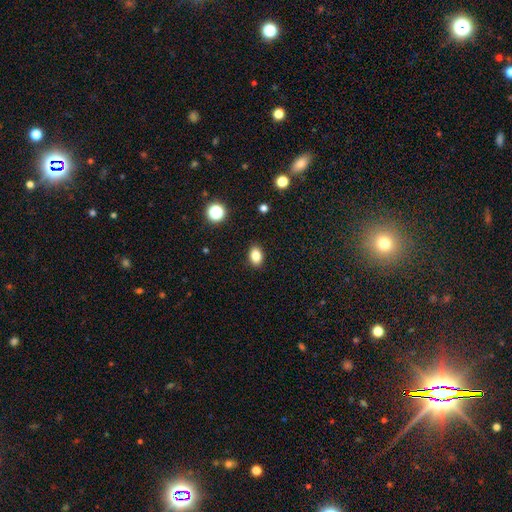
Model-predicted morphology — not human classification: smooth-or-featured: smooth: 85% | star or artifact: 10% | featured or disk: 5%
  how-rounded: in between: 83% | round: 16% | cigar-shaped: 1%
  merging: none: 89% | minor disturbance: 8% | major disturbance: 2% | merger: 1%